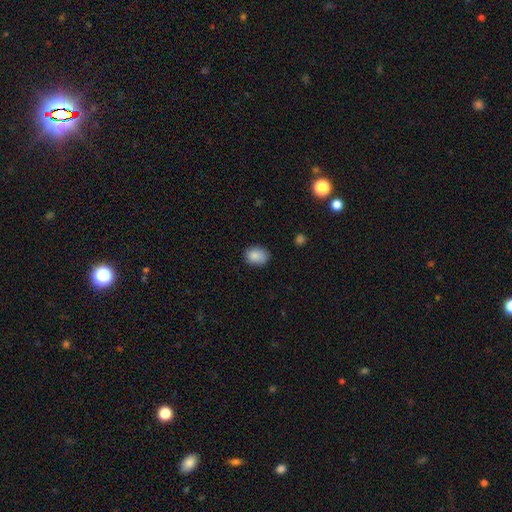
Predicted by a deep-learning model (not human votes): Smooth or featured: smooth — 87% (star or artifact — 8%)
How rounded: in between — 67% (round — 32%)
Merging: none — 78% (minor disturbance — 18%)